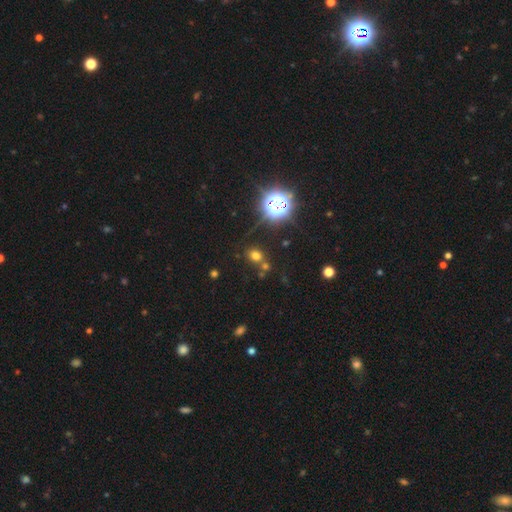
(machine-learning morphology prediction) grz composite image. It shows a smooth galaxy with no disk features (61%) that is round (62%). Merging: none (72%).